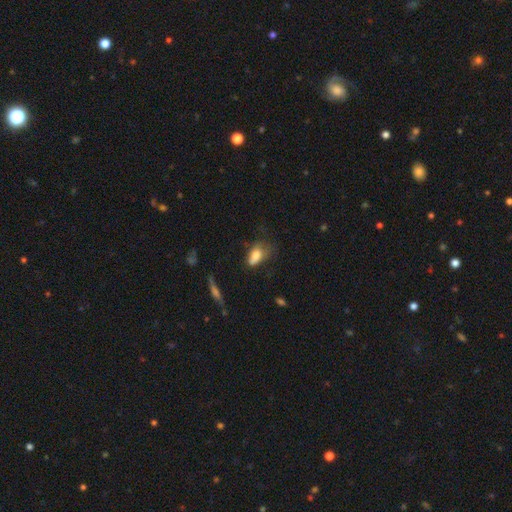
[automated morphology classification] smooth_or_featured: smooth (p=0.74) [alt: featured or disk p=0.16]
how_rounded: in between (p=0.85) [alt: round p=0.11]
merging: none (p=0.33) [tied with: minor disturbance p=0.33]